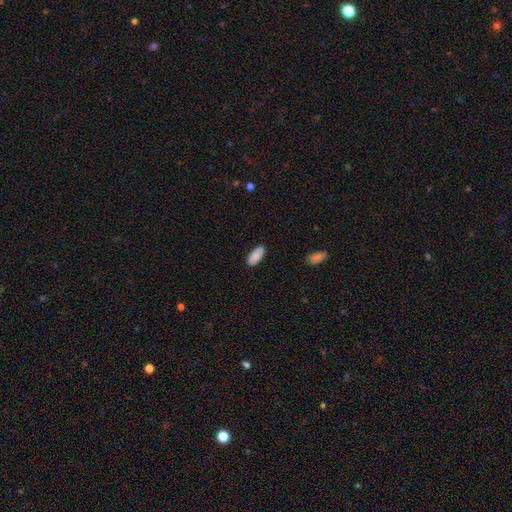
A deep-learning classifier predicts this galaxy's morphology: A smooth galaxy with no disk features (89%) that is in between round and cigar-shaped (82%).

Vote fractions:
- Smooth or featured? smooth: 89% / star or artifact: 6% / featured or disk: 5%
- How rounded? in between: 82% / cigar-shaped: 16% / round: 2%
- Merging? none: 85% / minor disturbance: 11% / major disturbance: 2% / merger: 1%